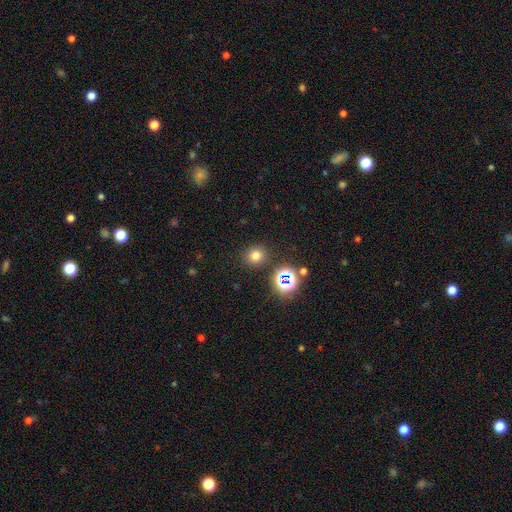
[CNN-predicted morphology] The model was most divided on "smooth or featured": smooth: 72%, star or artifact: 22%, featured or disk: 6%. More confident: merging — none (86%); how rounded — round (86%).